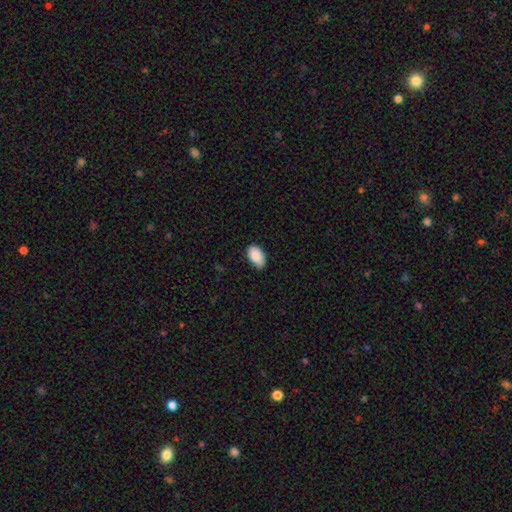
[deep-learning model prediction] Smooth or featured? smooth (89%)
How rounded? in between (94%)
Merging? none (77%)